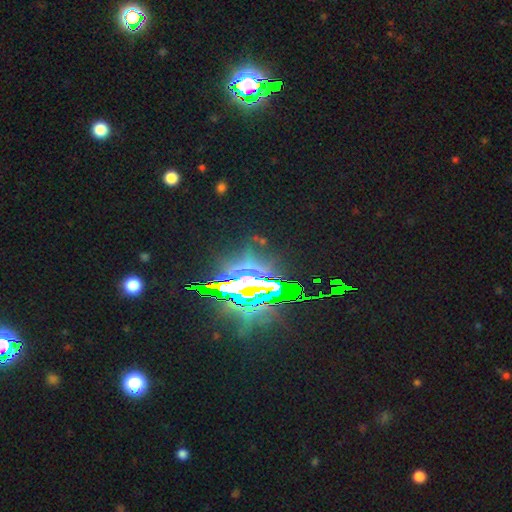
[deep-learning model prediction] Morphology: type=star or artifact (81%).